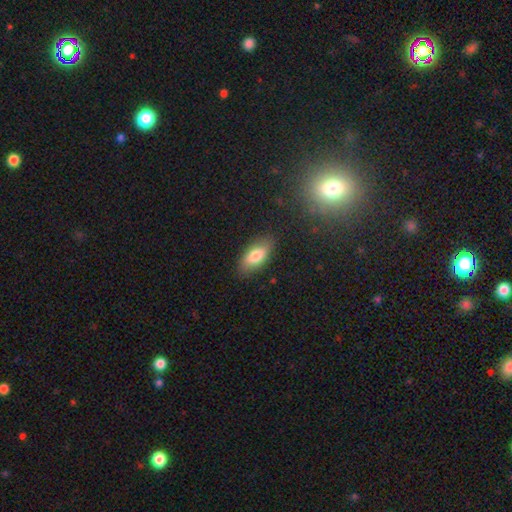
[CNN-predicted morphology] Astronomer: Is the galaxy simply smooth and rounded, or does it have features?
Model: smooth — 78%.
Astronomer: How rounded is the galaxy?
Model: in between — 84%.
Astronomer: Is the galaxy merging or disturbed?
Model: none — 84%.